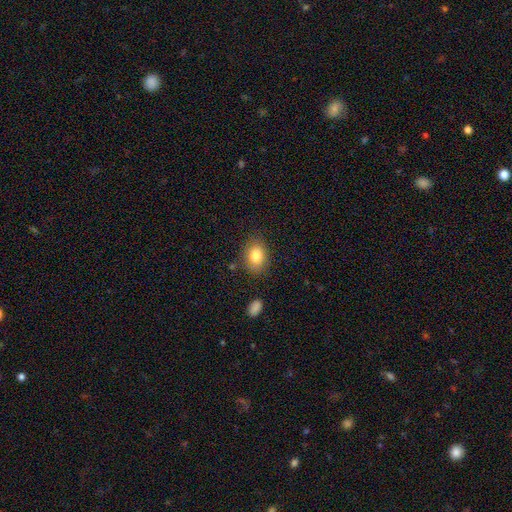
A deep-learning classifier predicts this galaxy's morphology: A smooth galaxy with no disk features (83%) that is in between round and cigar-shaped (66%).

Vote fractions:
- Smooth or featured? smooth: 83% / star or artifact: 9% / featured or disk: 8%
- How rounded? in between: 66% / round: 33% / cigar-shaped: 1%
- Merging? none: 80% / minor disturbance: 14% / major disturbance: 4% / merger: 2%